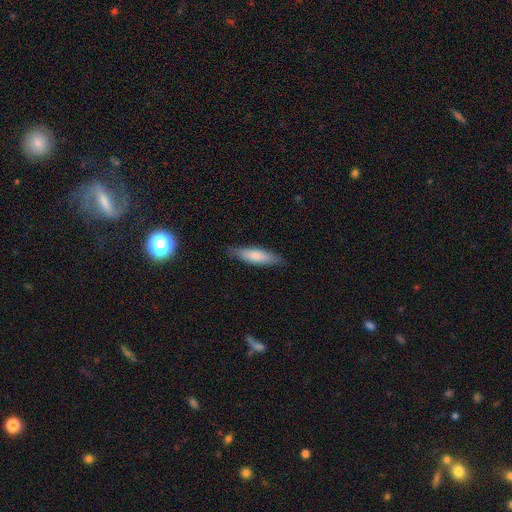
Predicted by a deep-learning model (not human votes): smooth 77%, featured or disk 17%, star or artifact 5%. Down the decision tree: how rounded — cigar-shaped (66%); merging — none (83%).